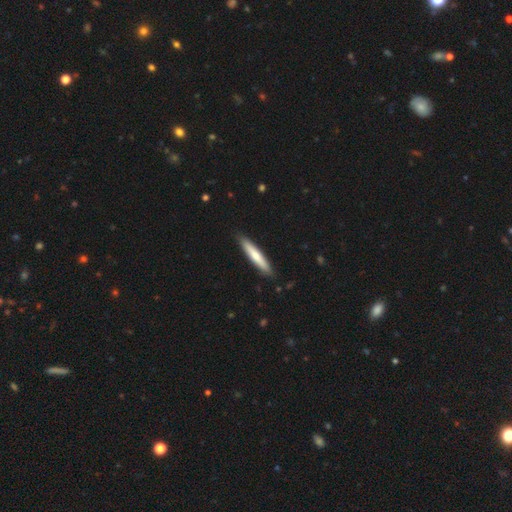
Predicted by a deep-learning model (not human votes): smooth 63%, featured or disk 32%, star or artifact 5%. Down the decision tree: how rounded — cigar-shaped (90%); merging — none (89%).